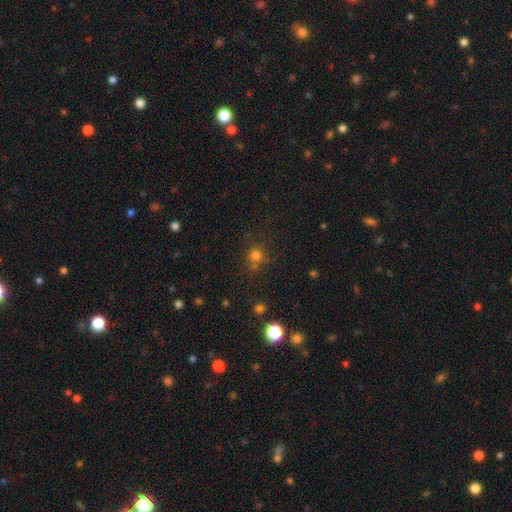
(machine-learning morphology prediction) type=smooth (75%); roundness=round (88%); merging=none (71%).